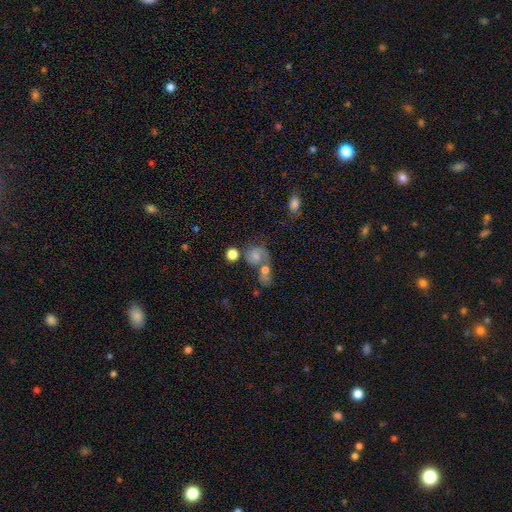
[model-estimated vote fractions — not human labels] Smooth or featured: smooth — 60% (featured or disk — 27%)
How rounded: round — 67% (in between — 31%)
Merging: merger — 46% (none — 30%)